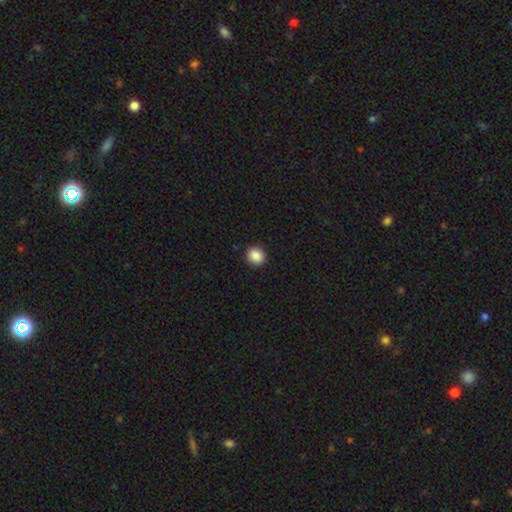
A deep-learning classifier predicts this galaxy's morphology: This is clearly a smooth galaxy (88%). How rounded: clearly round (84%). Merging: clearly none (92%).